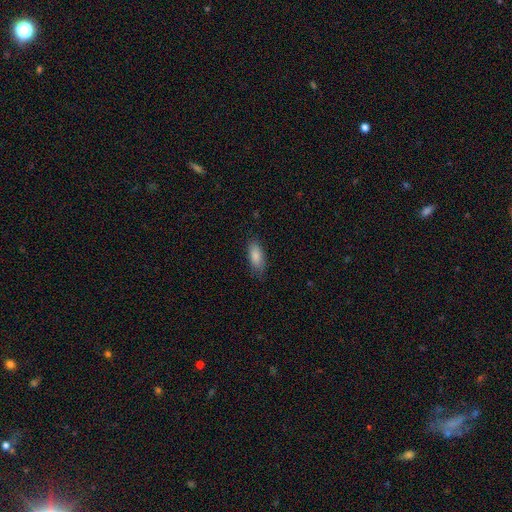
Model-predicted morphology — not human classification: smooth-or-featured: smooth: 86% | featured or disk: 8% | star or artifact: 7%
  how-rounded: in between: 81% | cigar-shaped: 17% | round: 2%
  merging: none: 79% | minor disturbance: 17% | major disturbance: 3% | merger: 1%